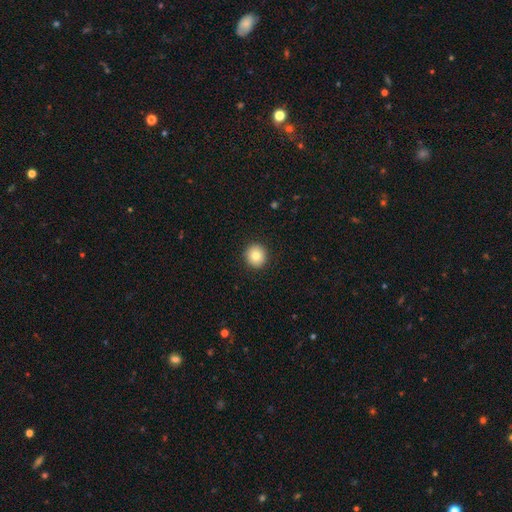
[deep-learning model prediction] This is clearly a smooth galaxy (83%). How rounded: clearly round (92%). Merging: clearly none (92%).